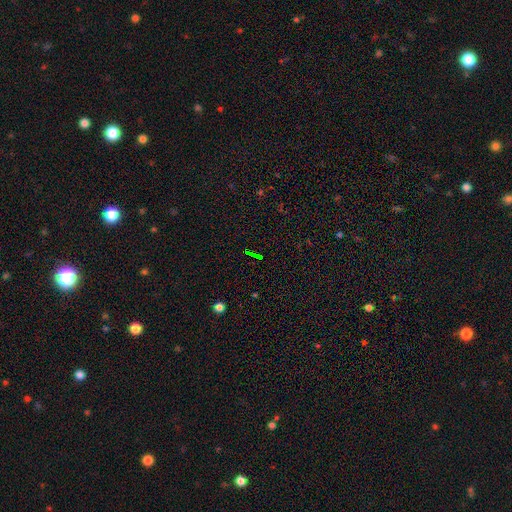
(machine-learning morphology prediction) type=star or artifact (69%).